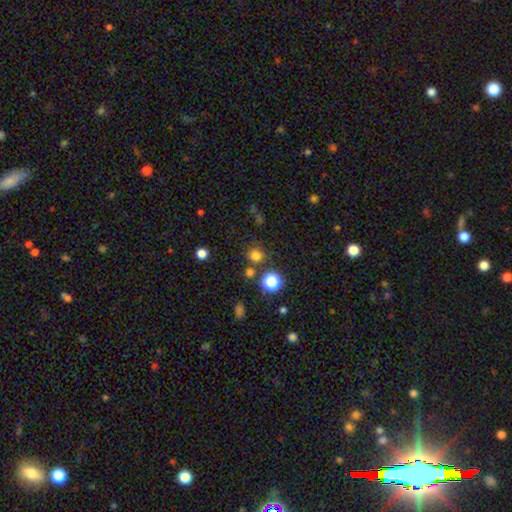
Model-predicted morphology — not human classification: Smooth or featured?
  - smooth: 75% *
  - star or artifact: 20%
  - featured or disk: 5%
How rounded?
  - round: 93% *
  - in between: 6%
  - cigar-shaped: 1%
Merging?
  - none: 81% *
  - merger: 8%
  - minor disturbance: 8%
  - major disturbance: 3%